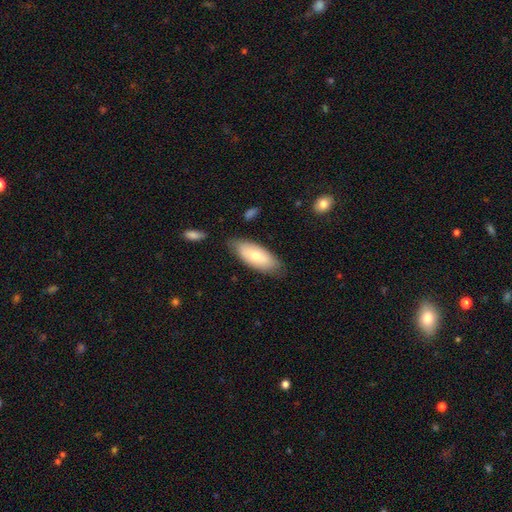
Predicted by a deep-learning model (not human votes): A smooth galaxy with no disk features (72%) that is in between round and cigar-shaped (86%). Merging: none (74%).